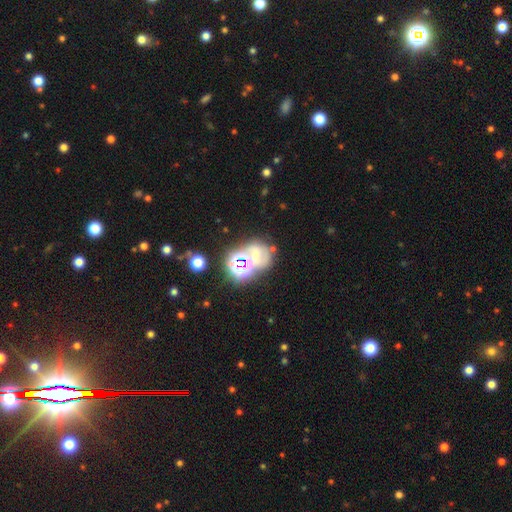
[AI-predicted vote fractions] Morphology: type=star or artifact (39%).